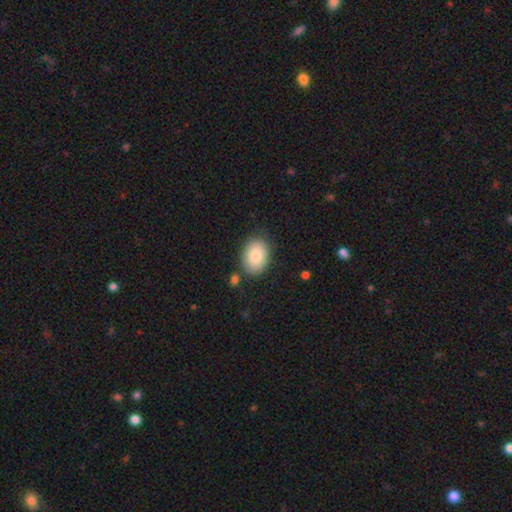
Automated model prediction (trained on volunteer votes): smooth-or-featured: smooth: 85% | featured or disk: 8% | star or artifact: 7%
  how-rounded: in between: 74% | round: 25% | cigar-shaped: 1%
  merging: none: 81% | minor disturbance: 12% | merger: 4% | major disturbance: 3%